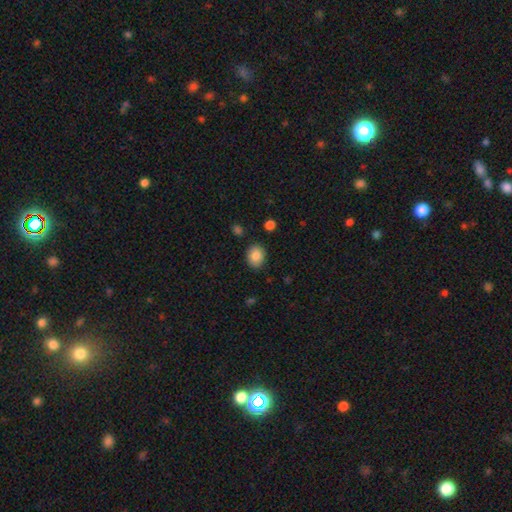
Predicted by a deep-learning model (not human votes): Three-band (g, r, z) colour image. It shows a smooth galaxy with no disk features (85%) that is in between round and cigar-shaped (50%). Merging: none (87%).